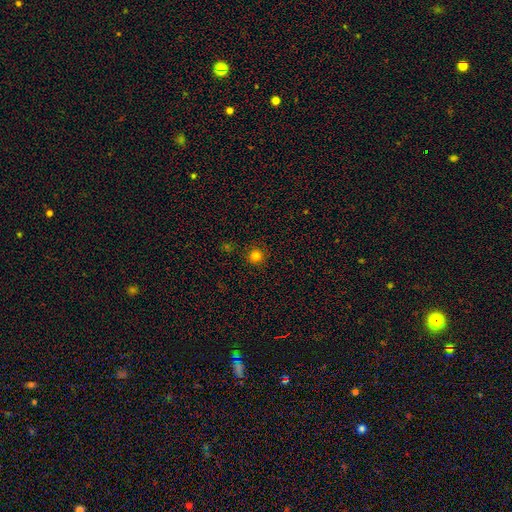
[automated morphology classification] smooth 80%, star or artifact 15%, featured or disk 4%. Down the decision tree: how rounded — round (95%); merging — none (91%).